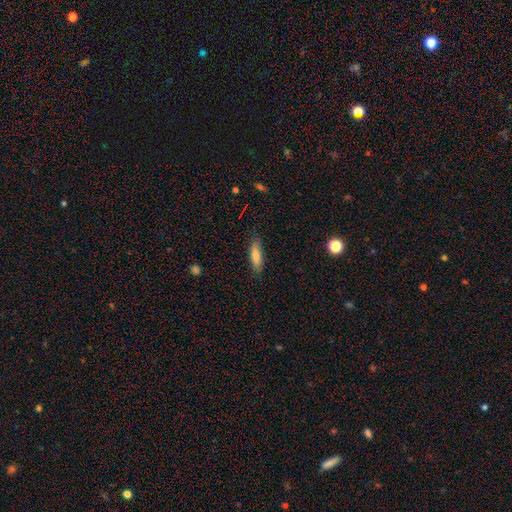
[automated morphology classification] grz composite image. It shows a smooth galaxy with no disk features (77%) that is cigar-shaped (58%). Merging: none (85%).